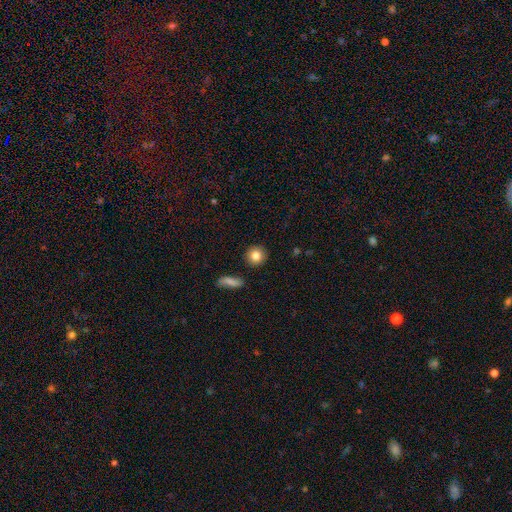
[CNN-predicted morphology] Q: Smooth or featured?
A: smooth (83%); runner-up: star or artifact (9%)
Q: How rounded?
A: round (90%); runner-up: in between (9%)
Q: Merging?
A: none (89%); runner-up: minor disturbance (7%)